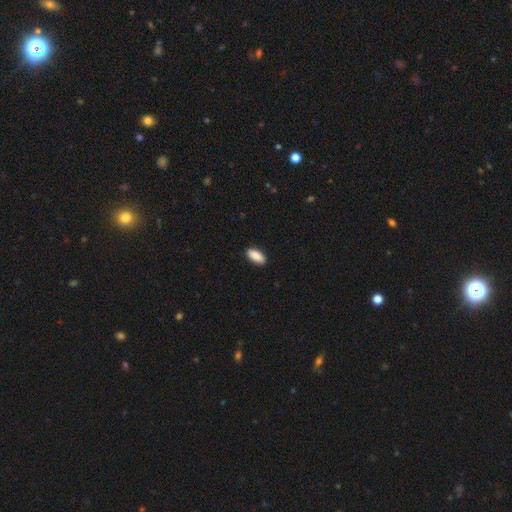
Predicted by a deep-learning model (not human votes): Overall: smooth (90%). How rounded: in between (86%). Merging: none (88%).